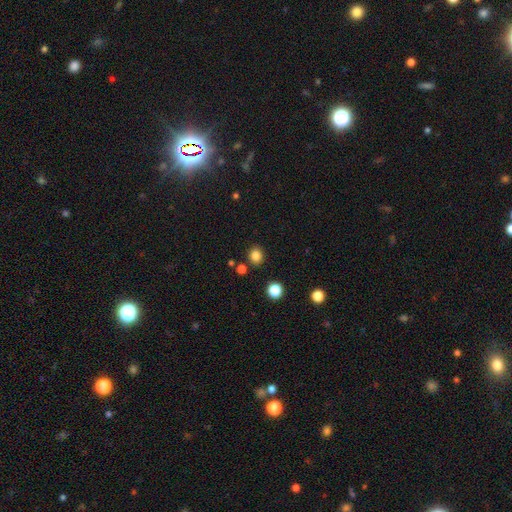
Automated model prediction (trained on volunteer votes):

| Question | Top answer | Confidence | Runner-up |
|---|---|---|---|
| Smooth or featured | smooth | 82% | star or artifact (13%) |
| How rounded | round | 71% | in between (28%) |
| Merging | none | 86% | minor disturbance (8%) |